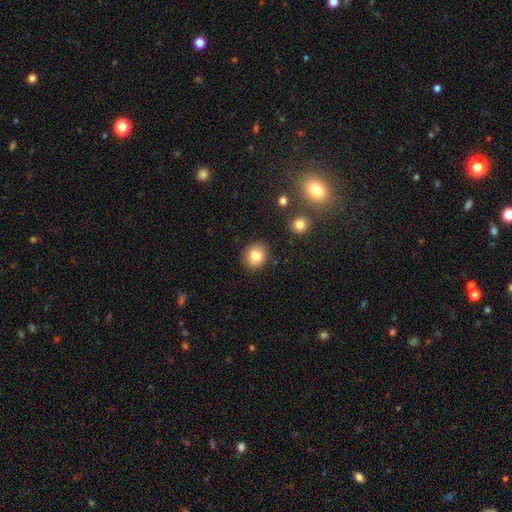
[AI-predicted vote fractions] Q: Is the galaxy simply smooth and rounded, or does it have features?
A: smooth — 82%.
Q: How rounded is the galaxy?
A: round — 87%.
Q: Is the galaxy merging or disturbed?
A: none — 89%.